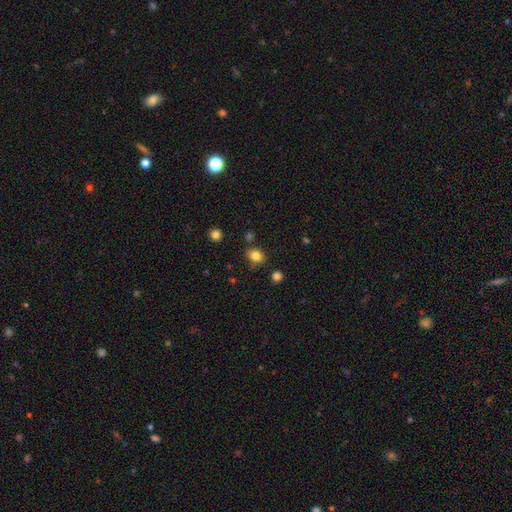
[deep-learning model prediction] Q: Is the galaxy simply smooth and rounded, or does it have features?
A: smooth — 82%.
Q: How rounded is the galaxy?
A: round — 60%.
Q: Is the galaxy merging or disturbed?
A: none — 78%.